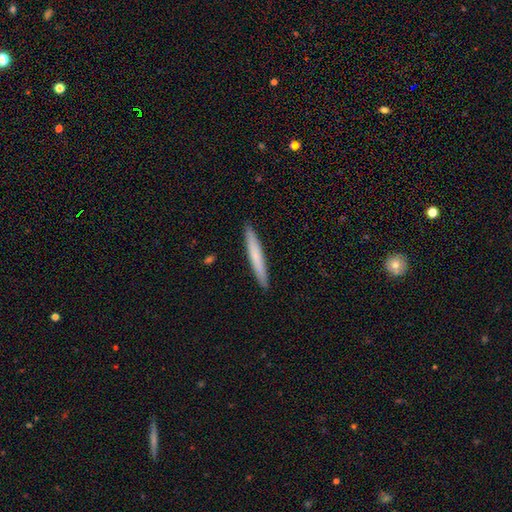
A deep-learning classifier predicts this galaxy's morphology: The model was most divided on "smooth or featured": smooth: 72%, featured or disk: 23%, star or artifact: 5%. More confident: how rounded — cigar-shaped (96%); merging — none (92%).